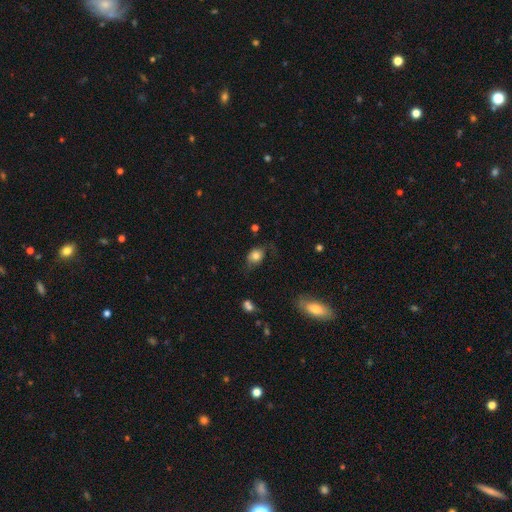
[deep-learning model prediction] smooth 77%, featured or disk 14%, star or artifact 9%. Down the decision tree: how rounded — in between (59%); merging — none (51%).